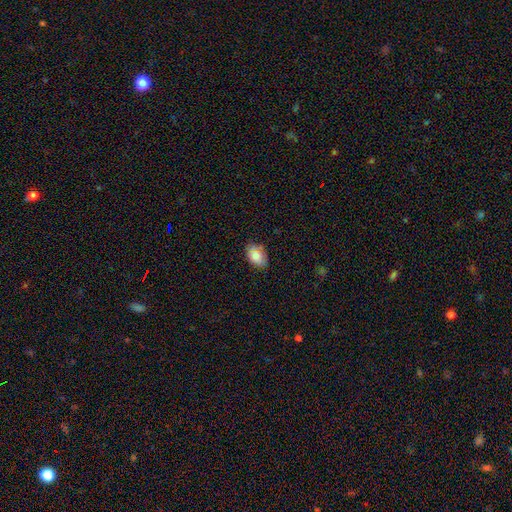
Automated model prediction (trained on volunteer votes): Smooth or featured: smooth — 79% (featured or disk — 12%)
How rounded: in between — 81% (round — 17%)
Merging: none — 71% (minor disturbance — 23%)